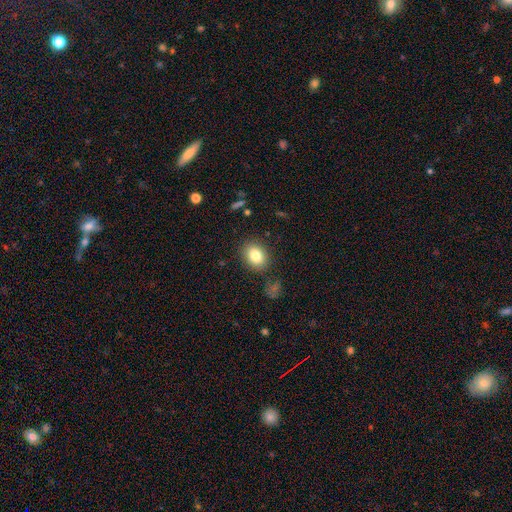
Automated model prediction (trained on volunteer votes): Smooth or featured? smooth (82%)
How rounded? in between (55%)
Merging? none (86%)